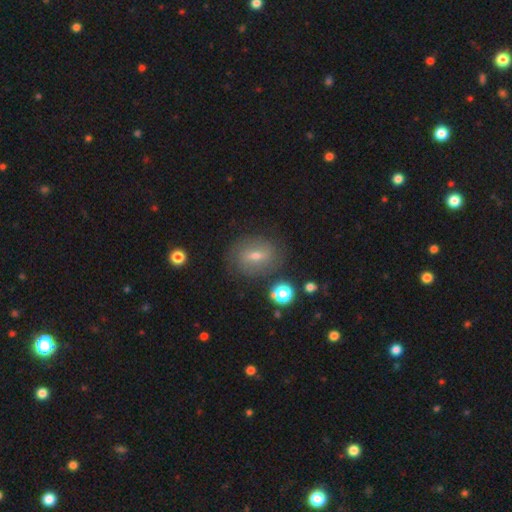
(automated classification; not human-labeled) Smooth or featured? featured or disk (44%)
Merging? none (77%)